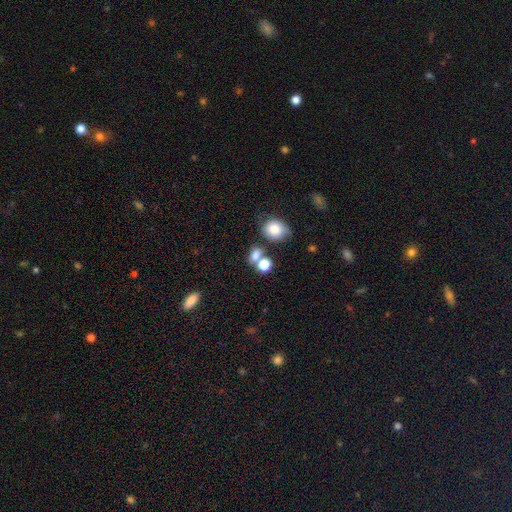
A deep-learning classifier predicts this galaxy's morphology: This is likely a smooth galaxy (76%). How rounded: possibly in between (50%). Merging: possibly none (48%).